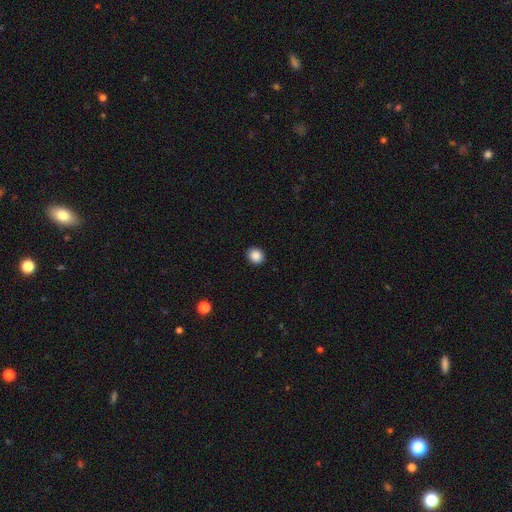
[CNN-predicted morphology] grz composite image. It shows a smooth galaxy with no disk features (88%) that is round (76%). Merging: none (92%).